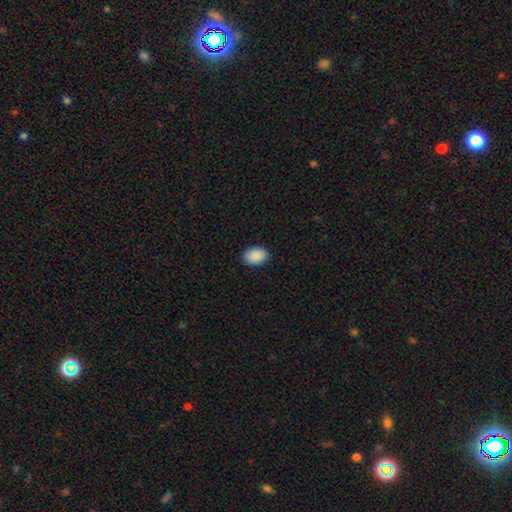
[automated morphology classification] smooth_or_featured: smooth (p=0.91) [alt: star or artifact p=0.07]
how_rounded: in between (p=0.82) [alt: round p=0.18]
merging: none (p=0.89) [alt: minor disturbance p=0.08]